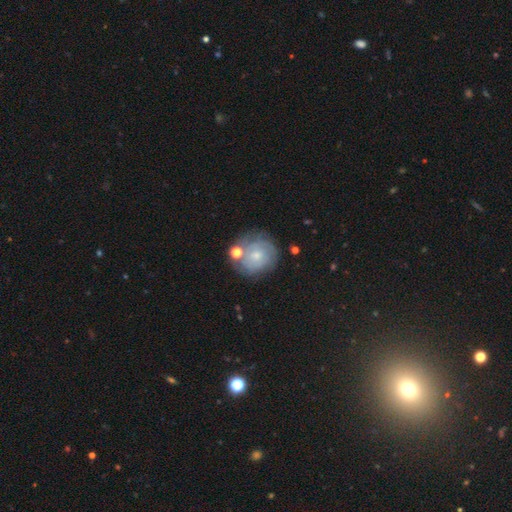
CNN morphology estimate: This appears to be a featured or disk galaxy (58%) with no bar (81%), spiral arms (83%) and a small central bulge (67%). Merging: none (66%).